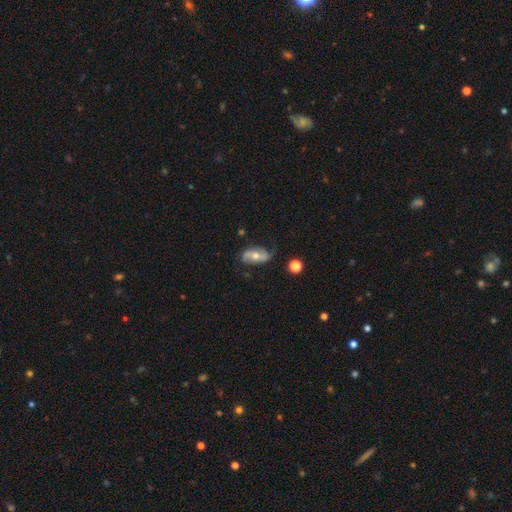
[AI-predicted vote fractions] Overall: featured or disk (57%; smooth 35%). Edge-on disk: no (90%). Bar: no (59%; weak 26%). Spiral arms: yes (80%). Bulge size: moderate (70%). Merging: none (63%; minor disturbance 27%).